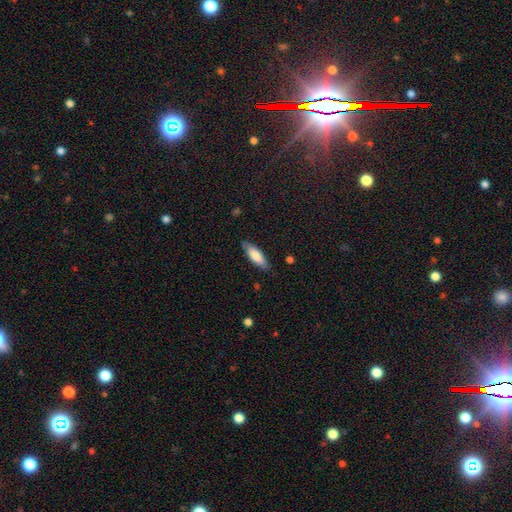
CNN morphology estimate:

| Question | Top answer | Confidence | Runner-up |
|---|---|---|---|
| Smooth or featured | smooth | 76% | featured or disk (18%) |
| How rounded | in between | 54% | cigar-shaped (45%) |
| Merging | none | 83% | minor disturbance (14%) |